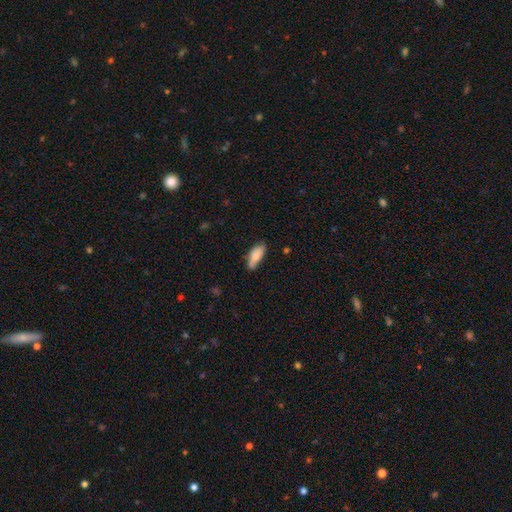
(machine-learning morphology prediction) This appears to be a smooth galaxy with no disk features (81%) that is in between round and cigar-shaped (76%). Merging: none (61%).